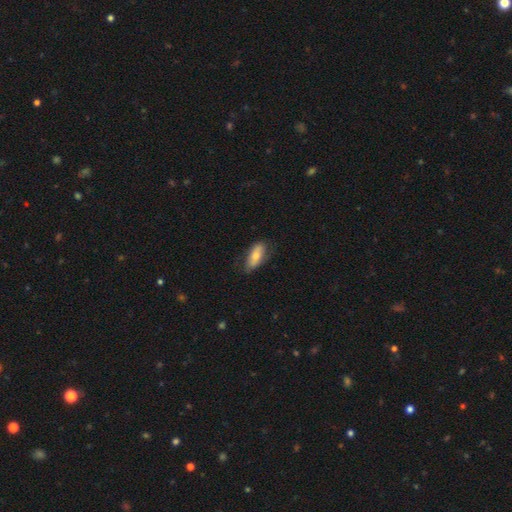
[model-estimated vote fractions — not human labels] This is likely a smooth galaxy (67%). How rounded: clearly in between (81%). Merging: likely none (70%).